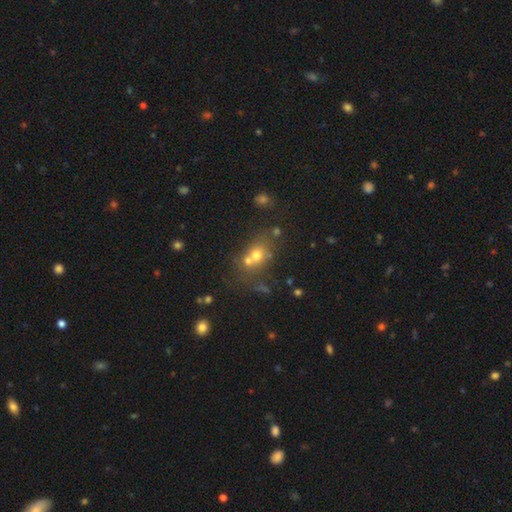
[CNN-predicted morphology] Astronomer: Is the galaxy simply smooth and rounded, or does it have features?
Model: smooth — 59%.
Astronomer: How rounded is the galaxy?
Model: round — 62%.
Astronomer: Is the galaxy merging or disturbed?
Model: none — 45% (runner-up: merger, 40%).